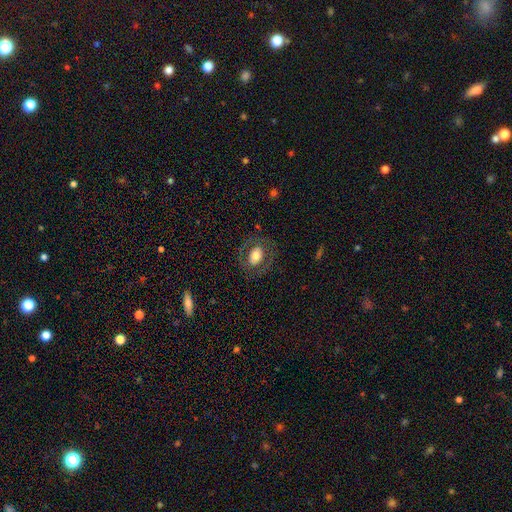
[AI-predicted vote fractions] The model was most divided on "smooth or featured": smooth: 57%, featured or disk: 36%, star or artifact: 8%. More confident: merging — none (78%); how rounded — in between (68%).